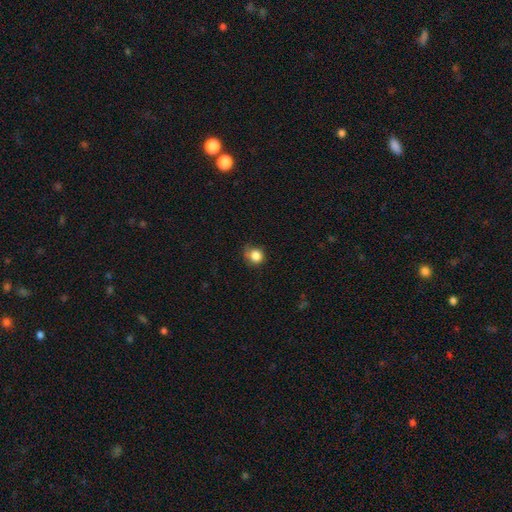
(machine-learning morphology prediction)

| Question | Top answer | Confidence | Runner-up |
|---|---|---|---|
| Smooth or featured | smooth | 84% | star or artifact (10%) |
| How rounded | round | 81% | in between (18%) |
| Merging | none | 59% | minor disturbance (31%) |